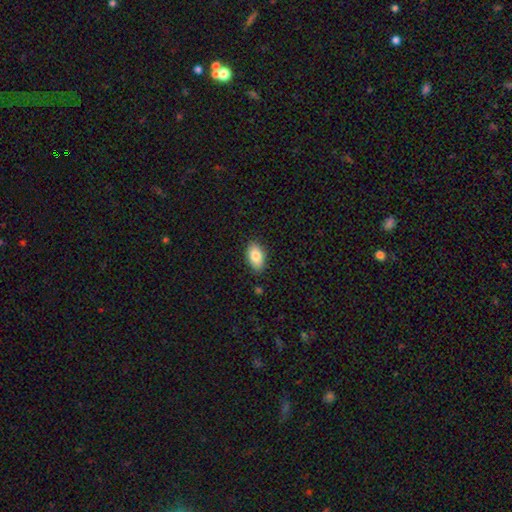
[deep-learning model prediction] A smooth galaxy with no disk features (82%) that is in between round and cigar-shaped (91%).

Vote fractions:
- Smooth or featured? smooth: 82% / featured or disk: 11% / star or artifact: 7%
- How rounded? in between: 91% / round: 7% / cigar-shaped: 2%
- Merging? none: 86% / minor disturbance: 11% / major disturbance: 2% / merger: 1%